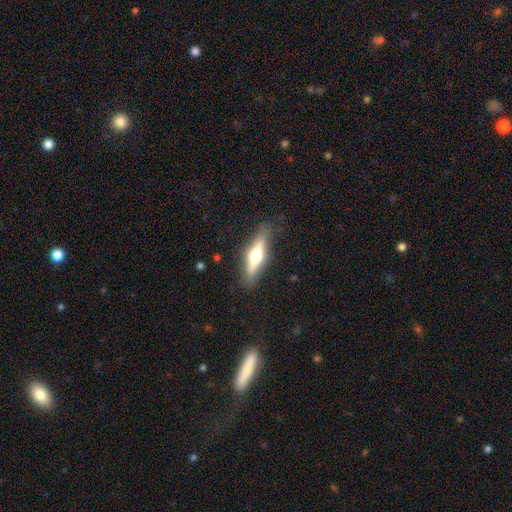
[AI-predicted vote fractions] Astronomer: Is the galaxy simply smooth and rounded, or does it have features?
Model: featured or disk — 59% (runner-up: smooth, 35%).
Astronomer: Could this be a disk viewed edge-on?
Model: yes — 92%.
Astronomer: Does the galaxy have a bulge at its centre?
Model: rounded — 94%.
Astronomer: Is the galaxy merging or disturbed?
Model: none — 84%.